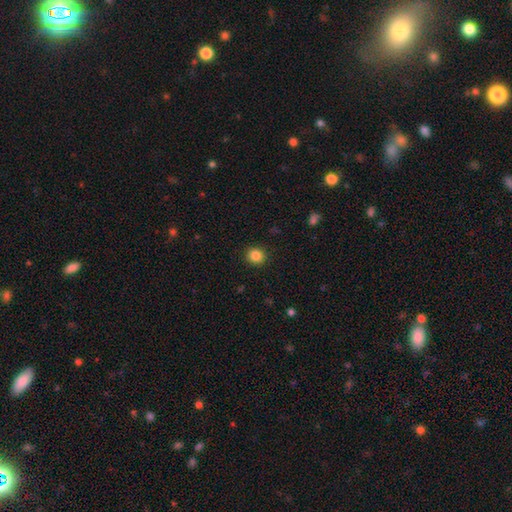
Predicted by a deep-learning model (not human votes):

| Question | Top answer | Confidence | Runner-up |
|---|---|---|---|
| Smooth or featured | smooth | 85% | star or artifact (10%) |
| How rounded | round | 86% | in between (13%) |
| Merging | none | 92% | minor disturbance (6%) |